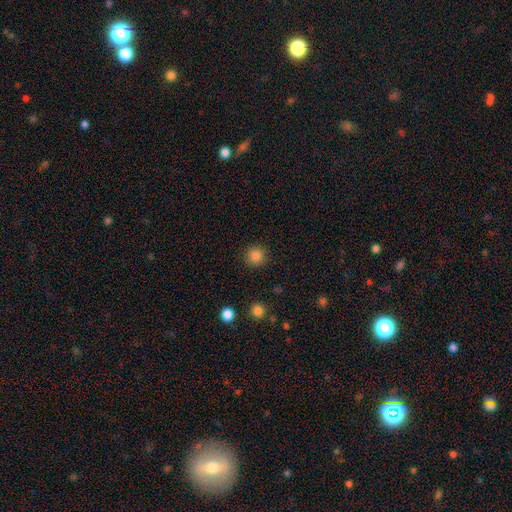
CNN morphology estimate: Smooth or featured: smooth — 85% (star or artifact — 11%)
How rounded: round — 94% (in between — 5%)
Merging: none — 91% (minor disturbance — 6%)